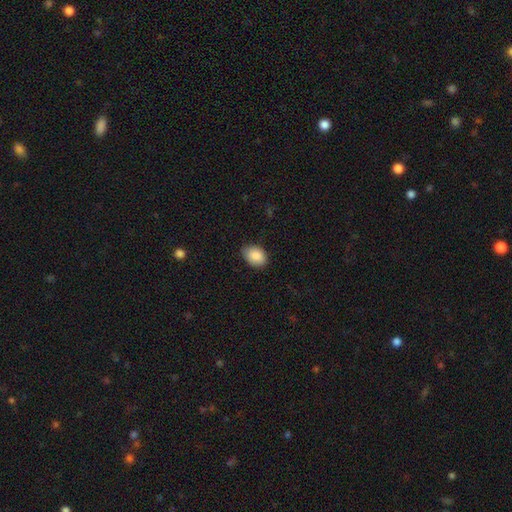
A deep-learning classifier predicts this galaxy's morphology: A smooth galaxy with no disk features (89%) that is in between round and cigar-shaped (79%).

Vote fractions:
- Smooth or featured? smooth: 89% / star or artifact: 7% / featured or disk: 4%
- How rounded? in between: 79% / round: 20% / cigar-shaped: 1%
- Merging? none: 79% / minor disturbance: 18% / major disturbance: 3% / merger: 1%